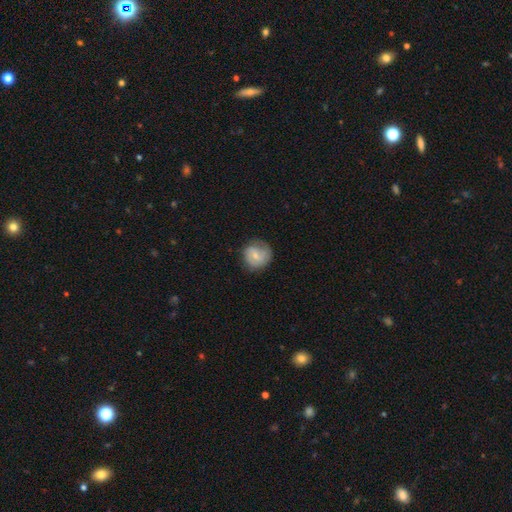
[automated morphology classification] smooth_or_featured: featured or disk (p=0.48) [alt: smooth p=0.45]
merging: none (p=0.68) [alt: minor disturbance p=0.22]